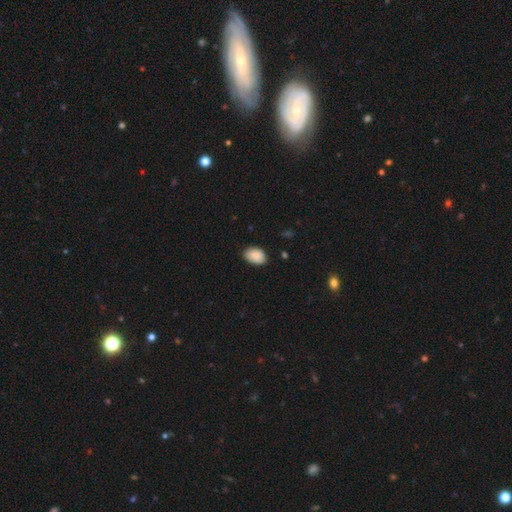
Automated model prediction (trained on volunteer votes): The model was most divided on "merging": none: 77%, minor disturbance: 19%, major disturbance: 3%, merger: 1%. More confident: smooth or featured — smooth (89%); how rounded — in between (85%).